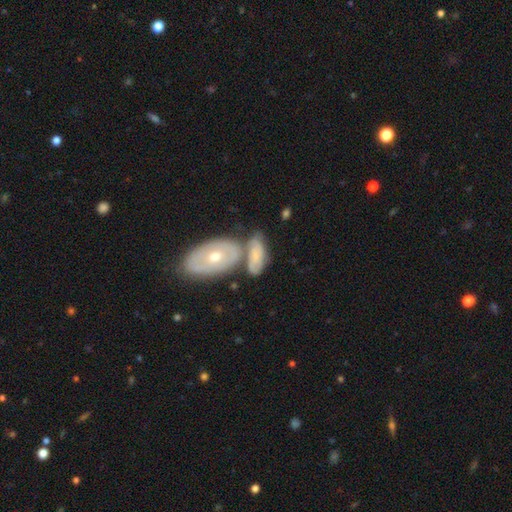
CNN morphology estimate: Smooth or featured? Predicted: smooth (p=0.50). How rounded? Predicted: in between (p=0.86). Merging? Predicted: merger (p=0.39).